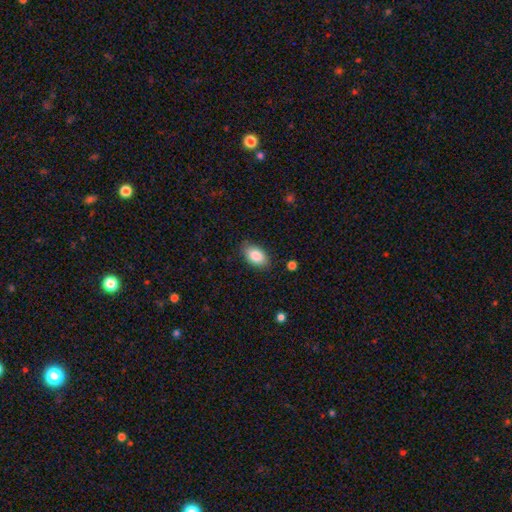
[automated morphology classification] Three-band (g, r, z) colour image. It shows a smooth galaxy with no disk features (86%) that is in between round and cigar-shaped (92%). Merging: none (84%).